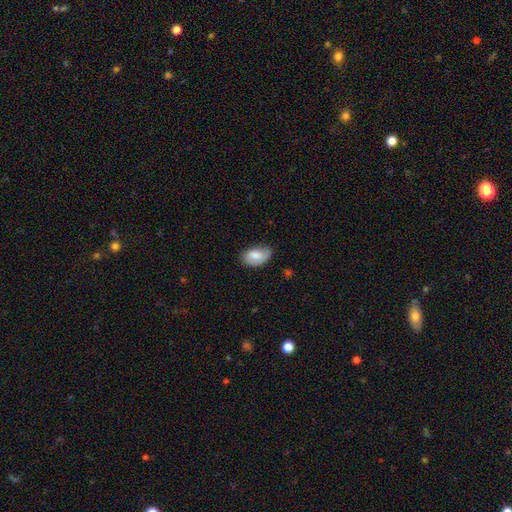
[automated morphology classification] Overall: smooth (73%). How rounded: in between (91%). Merging: none (60%; minor disturbance 31%).